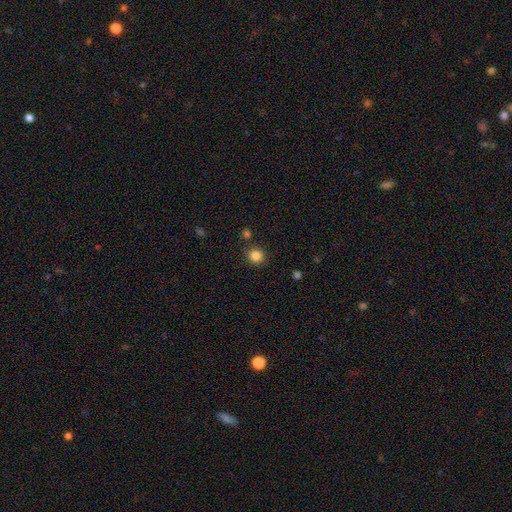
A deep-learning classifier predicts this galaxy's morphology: This is clearly a smooth galaxy (84%). How rounded: clearly round (91%). Merging: clearly none (86%).